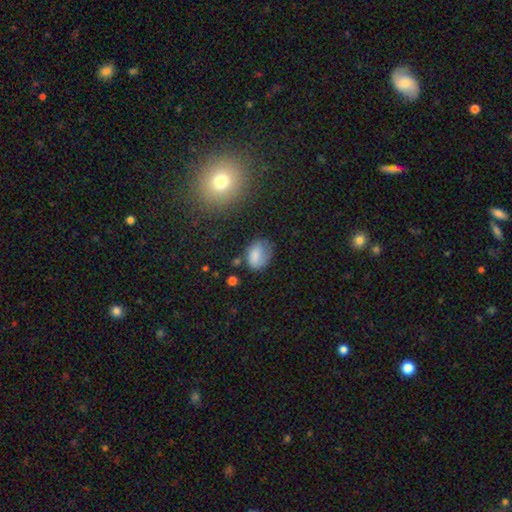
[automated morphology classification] smooth_or_featured: smooth (p=0.79) [alt: featured or disk p=0.12]
how_rounded: in between (p=0.77) [alt: round p=0.22]
merging: none (p=0.54) [alt: minor disturbance p=0.30]